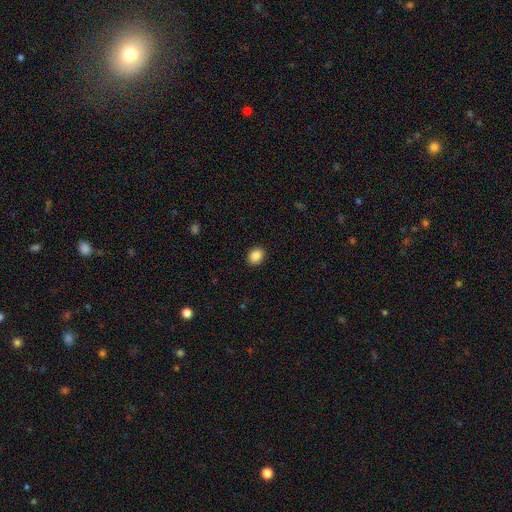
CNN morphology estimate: Smooth or featured?
  - smooth: 88% *
  - star or artifact: 9%
  - featured or disk: 3%
How rounded?
  - in between: 55% *
  - round: 44%
  - cigar-shaped: 1%
Merging?
  - none: 90% *
  - minor disturbance: 7%
  - major disturbance: 2%
  - merger: 1%